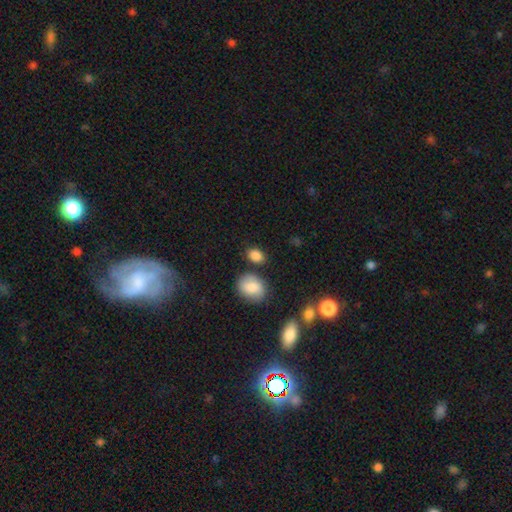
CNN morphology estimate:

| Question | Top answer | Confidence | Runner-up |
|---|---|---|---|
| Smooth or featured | smooth | 85% | star or artifact (9%) |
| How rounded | in between | 74% | round (24%) |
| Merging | none | 71% | minor disturbance (15%) |